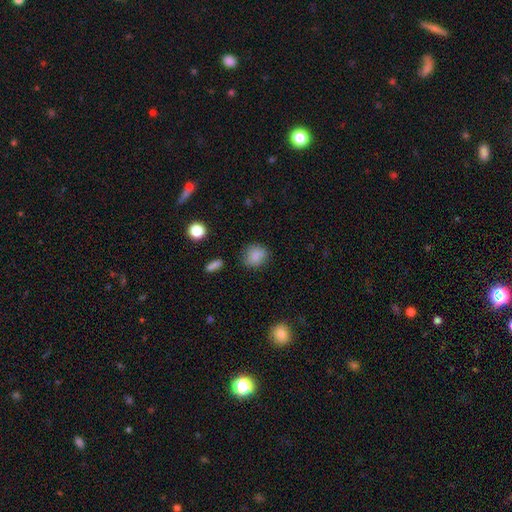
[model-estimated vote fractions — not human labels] Smooth or featured? smooth (82%)
How rounded? round (72%)
Merging? none (73%)